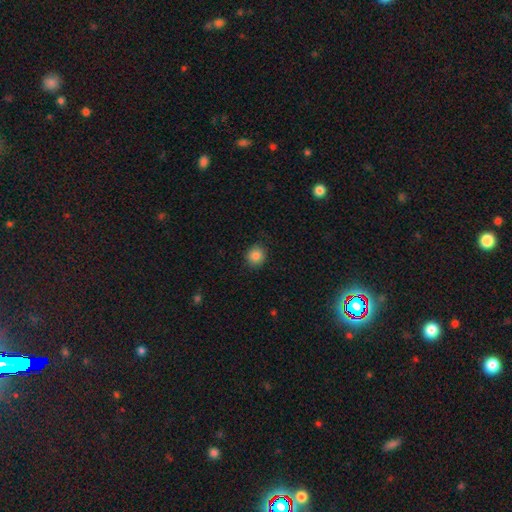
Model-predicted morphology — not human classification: smooth 86%, star or artifact 10%, featured or disk 4%. Down the decision tree: how rounded — round (84%); merging — none (88%).